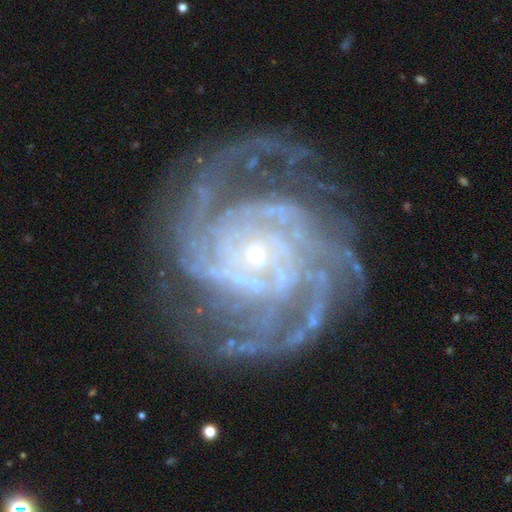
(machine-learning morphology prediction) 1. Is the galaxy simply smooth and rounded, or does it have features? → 91% featured or disk, 6% star or artifact, 3% smooth.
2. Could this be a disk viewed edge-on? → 98% no, 2% yes.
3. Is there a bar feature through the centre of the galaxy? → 71% no, 20% weak, 9% strong.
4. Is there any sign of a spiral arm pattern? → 98% yes, 2% no.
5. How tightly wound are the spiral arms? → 65% tight, 30% medium, 5% loose.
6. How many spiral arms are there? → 22% 4, 19% 3, 18% 2, 17% can't tell, 16% more than 4, 9% 1.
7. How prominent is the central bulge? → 82% small, 13% moderate, 2% none, 2% large, 1% dominant.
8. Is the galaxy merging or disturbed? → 73% none, 16% minor disturbance, 10% major disturbance, 2% merger.